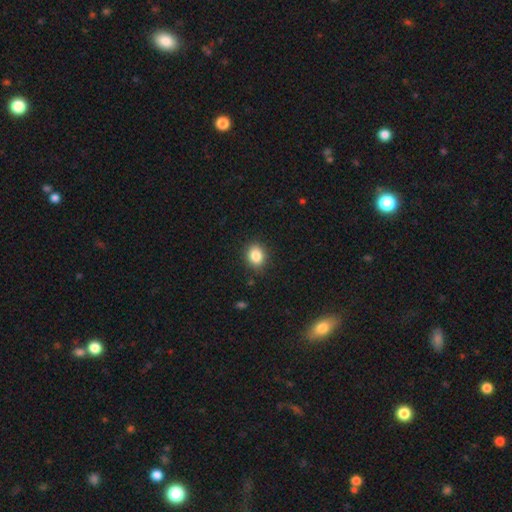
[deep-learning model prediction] Smooth or featured? Predicted: smooth (p=0.85). How rounded? Predicted: round (p=0.54). Merging? Predicted: none (p=0.88).